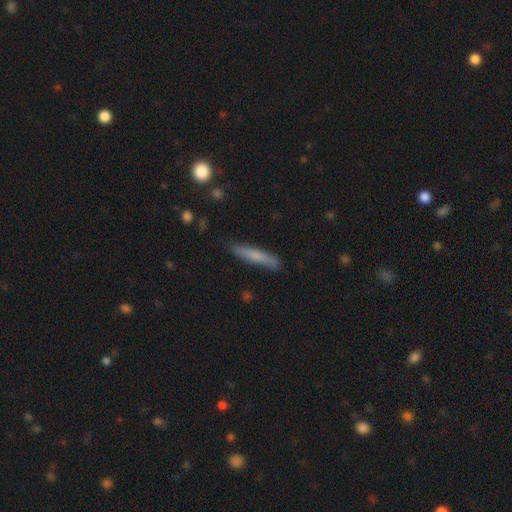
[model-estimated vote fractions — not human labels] Overall: smooth (67%; featured or disk 27%). How rounded: cigar-shaped (91%). Merging: none (84%).